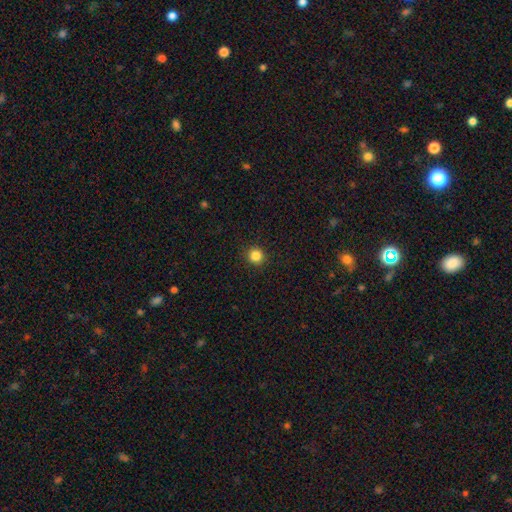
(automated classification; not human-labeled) A smooth galaxy with no disk features (84%) that is round (94%). Merging: none (93%).